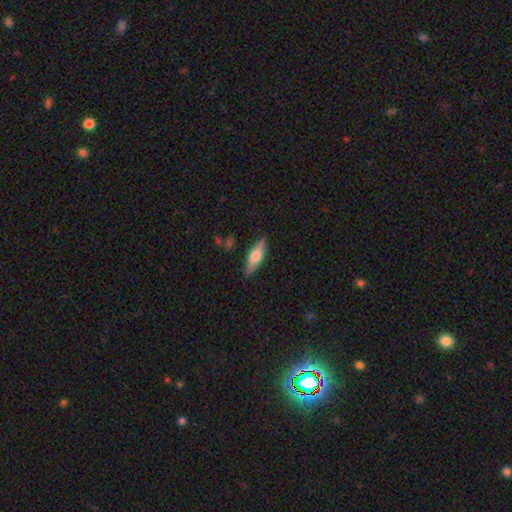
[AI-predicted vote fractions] smooth_or_featured: smooth (p=0.56) [alt: featured or disk p=0.38]
how_rounded: cigar-shaped (p=0.55) [alt: in between p=0.43]
merging: none (p=0.84) [alt: minor disturbance p=0.12]